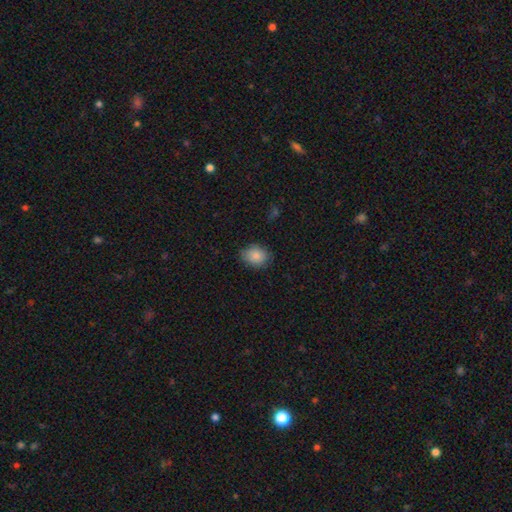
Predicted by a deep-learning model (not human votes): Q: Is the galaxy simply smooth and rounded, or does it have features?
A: smooth — 86%.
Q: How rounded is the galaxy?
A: round — 50%.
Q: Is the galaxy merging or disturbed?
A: none — 79%.